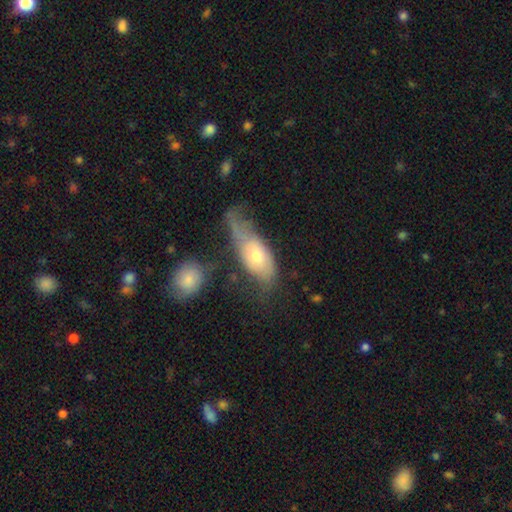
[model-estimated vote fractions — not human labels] smooth-or-featured: smooth: 48% | featured or disk: 44% | star or artifact: 8%
  merging: major disturbance: 38% | minor disturbance: 28% | none: 25% | merger: 10%